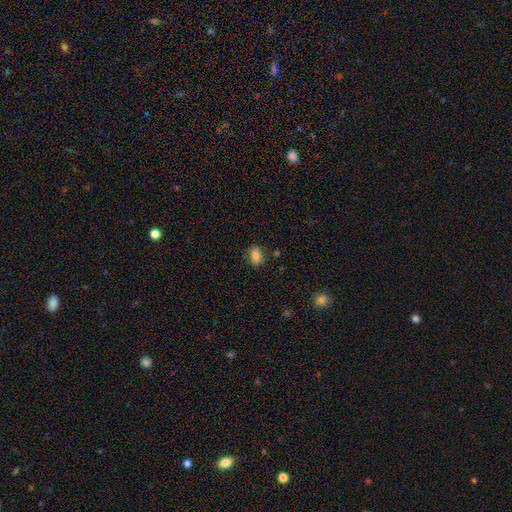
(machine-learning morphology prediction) smooth 80%, star or artifact 10%, featured or disk 9%. Down the decision tree: how rounded — in between (67%); merging — none (80%).